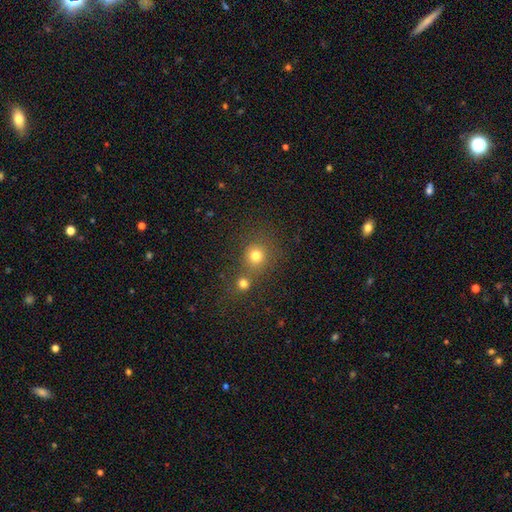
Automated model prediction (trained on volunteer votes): smooth 76%, star or artifact 17%, featured or disk 7%. Down the decision tree: how rounded — round (89%); merging — none (61%).